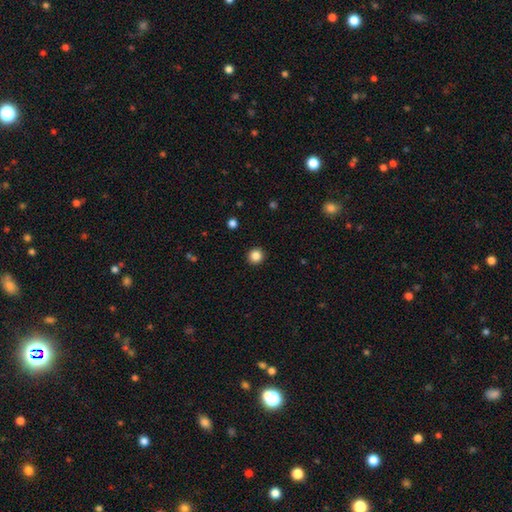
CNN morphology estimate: type=smooth (85%); roundness=round (93%); merging=none (93%).